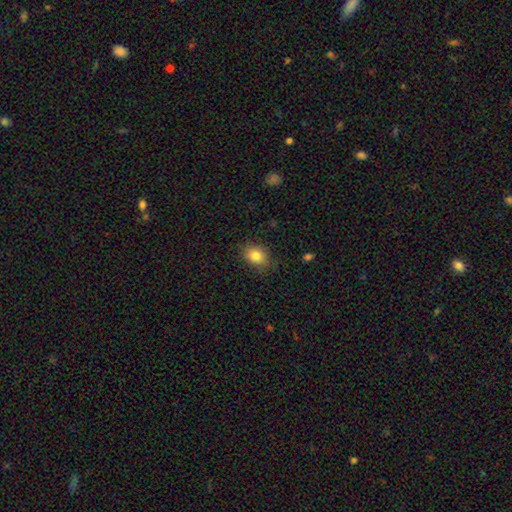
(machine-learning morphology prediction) A smooth galaxy with no disk features (83%) that is in between round and cigar-shaped (59%). Merging: none (82%).